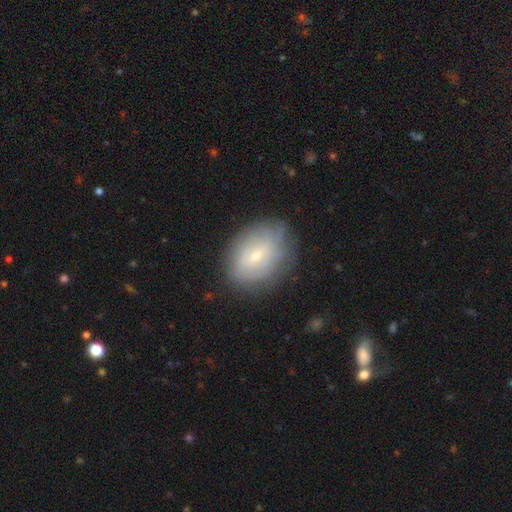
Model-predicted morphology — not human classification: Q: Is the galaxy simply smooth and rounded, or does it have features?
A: smooth — 52%.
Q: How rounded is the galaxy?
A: in between — 71%.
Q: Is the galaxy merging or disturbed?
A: none — 76%.